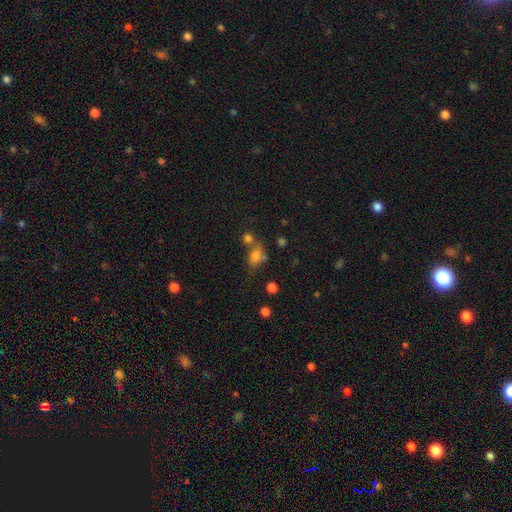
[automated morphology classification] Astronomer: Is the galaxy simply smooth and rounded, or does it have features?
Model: smooth — 73%.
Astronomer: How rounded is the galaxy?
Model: in between — 66%.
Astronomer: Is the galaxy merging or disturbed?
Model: none — 42% (runner-up: merger, 27%).